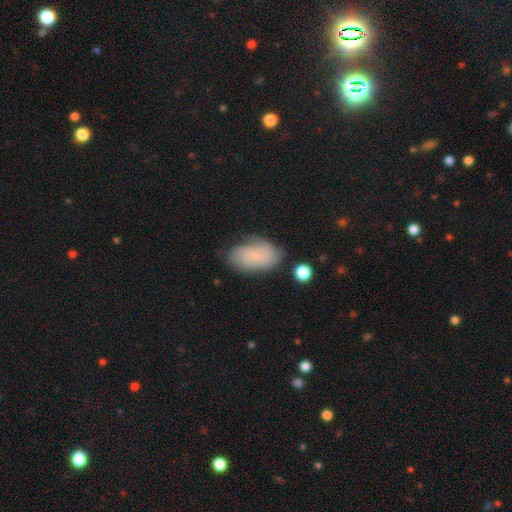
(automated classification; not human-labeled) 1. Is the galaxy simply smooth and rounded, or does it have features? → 52% featured or disk, 40% smooth, 9% star or artifact.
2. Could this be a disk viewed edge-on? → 96% no, 4% yes.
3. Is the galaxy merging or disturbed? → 68% none, 23% minor disturbance, 7% major disturbance, 3% merger.